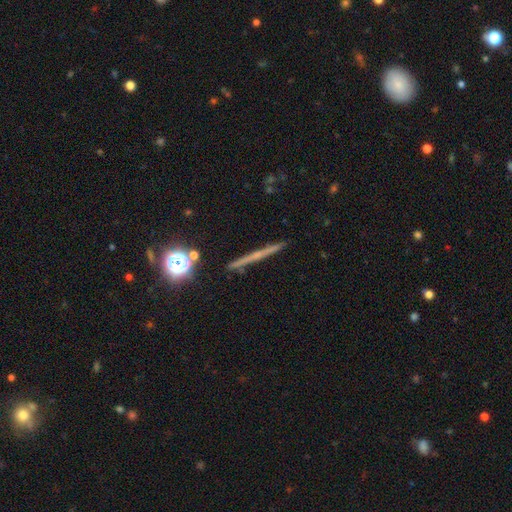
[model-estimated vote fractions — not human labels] The model was most divided on "smooth or featured": featured or disk: 52%, smooth: 34%, star or artifact: 15%. More confident: edge-on disk — yes (96%); merging — none (89%).